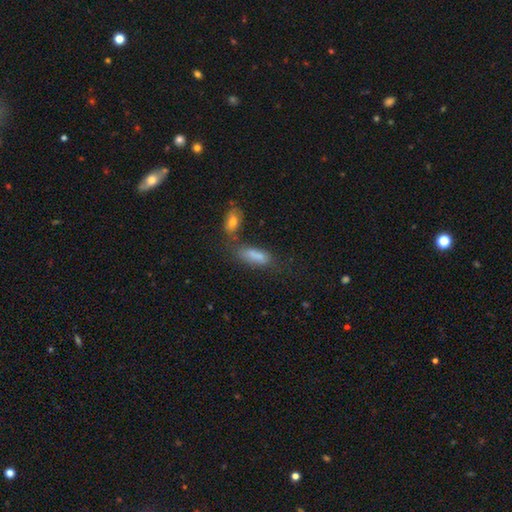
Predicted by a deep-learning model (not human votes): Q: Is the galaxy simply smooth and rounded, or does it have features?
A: smooth — 75%.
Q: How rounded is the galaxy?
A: in between — 69%.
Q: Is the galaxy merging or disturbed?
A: none — 40%.